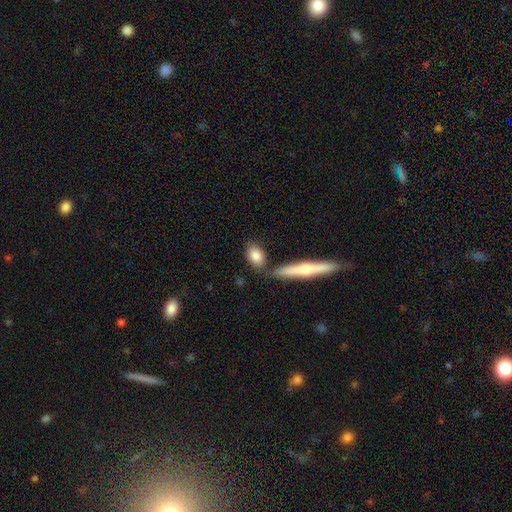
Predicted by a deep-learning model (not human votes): Overall: smooth (82%). How rounded: in between (78%). Merging: none (71%).